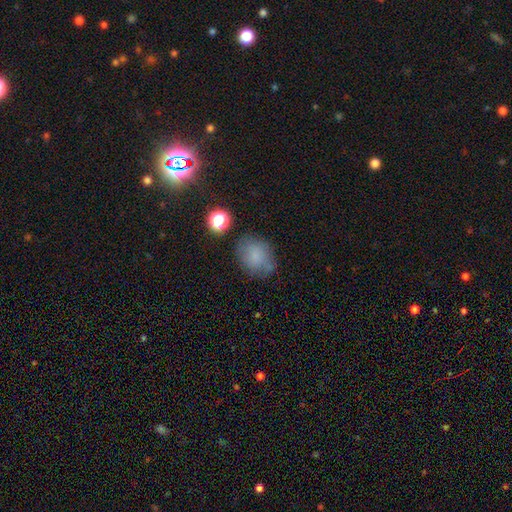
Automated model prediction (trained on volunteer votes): Q: Smooth or featured?
A: smooth (78%); runner-up: star or artifact (11%)
Q: How rounded?
A: round (51%); runner-up: in between (48%)
Q: Merging?
A: none (67%); runner-up: minor disturbance (22%)